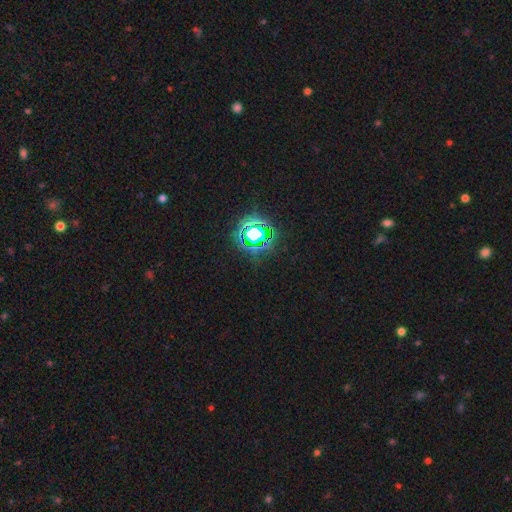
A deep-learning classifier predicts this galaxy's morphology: type=star or artifact (79%).